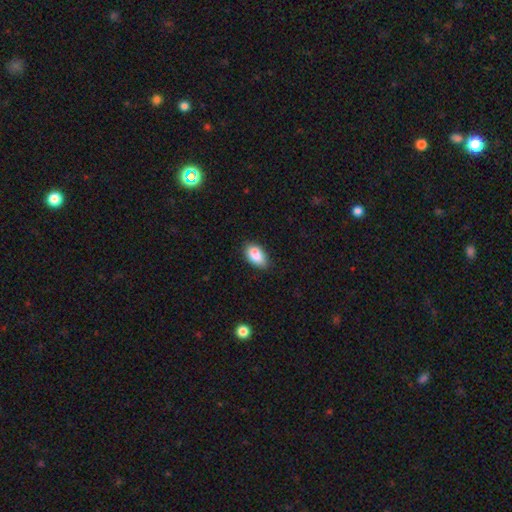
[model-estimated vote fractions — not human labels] smooth-or-featured: smooth: 87% | star or artifact: 8% | featured or disk: 6%
  how-rounded: in between: 93% | round: 5% | cigar-shaped: 2%
  merging: none: 74% | minor disturbance: 20% | major disturbance: 3% | merger: 3%